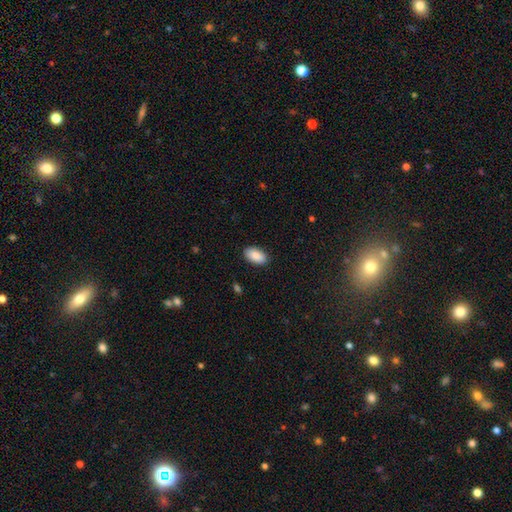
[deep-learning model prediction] smooth_or_featured: smooth (p=0.89) [alt: star or artifact p=0.06]
how_rounded: in between (p=0.95) [alt: round p=0.03]
merging: none (p=0.89) [alt: minor disturbance p=0.08]